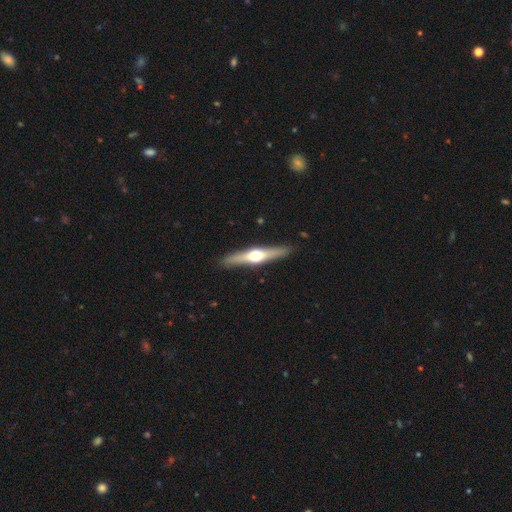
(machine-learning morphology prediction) Smooth or featured? featured or disk (67%)
Edge-on disk? yes (97%)
Edge-on bulge? rounded (95%)
Merging? none (91%)